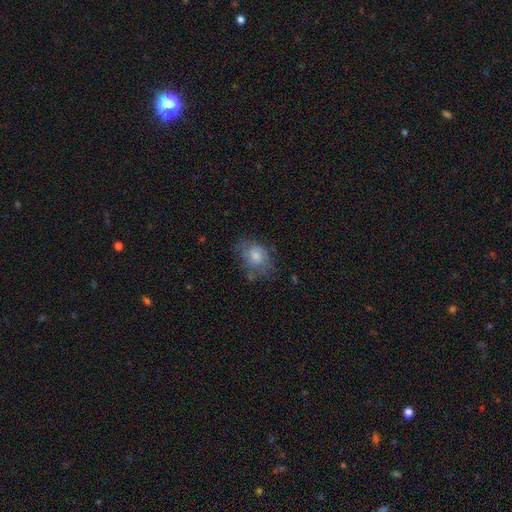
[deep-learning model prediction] Smooth or featured: smooth — 65% (featured or disk — 27%)
How rounded: in between — 63% (round — 36%)
Merging: none — 53% (minor disturbance — 28%)